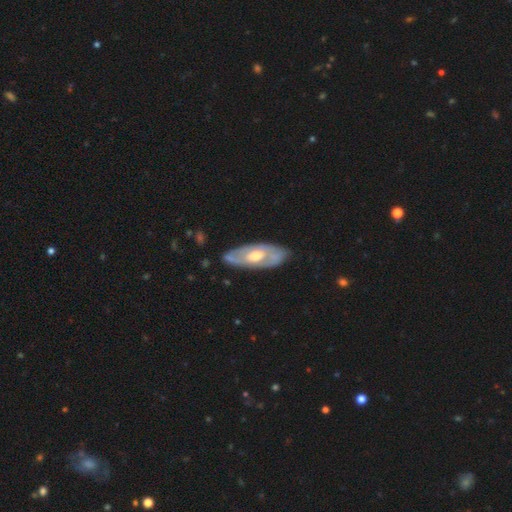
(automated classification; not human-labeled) Smooth or featured? Predicted: featured or disk (p=0.72). Edge-on disk? Predicted: no (p=0.82). Bar? Predicted: no (p=0.64). Spiral arms? Predicted: yes (p=0.60). Bulge size? Predicted: moderate (p=0.74). Merging? Predicted: none (p=0.81).